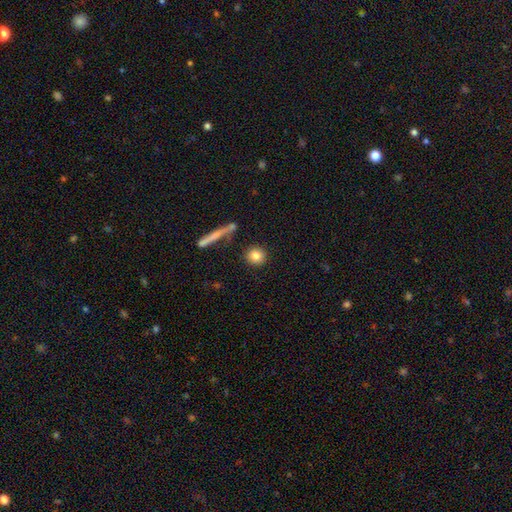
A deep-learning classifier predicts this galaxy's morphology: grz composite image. It shows a smooth galaxy with no disk features (82%) that is round (90%). Merging: none (87%).